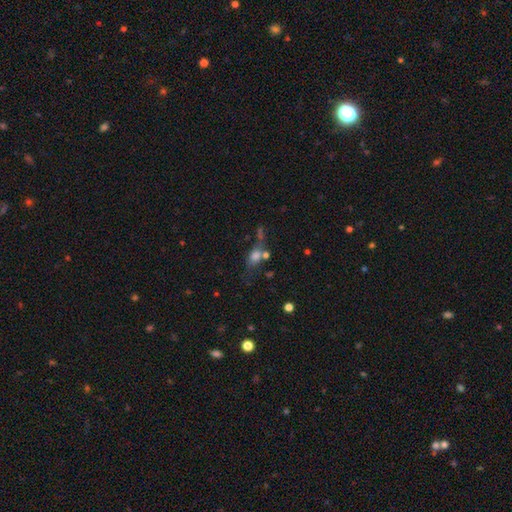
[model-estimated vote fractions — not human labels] Smooth or featured? smooth (66%)
How rounded? in between (66%)
Merging? none (41%)